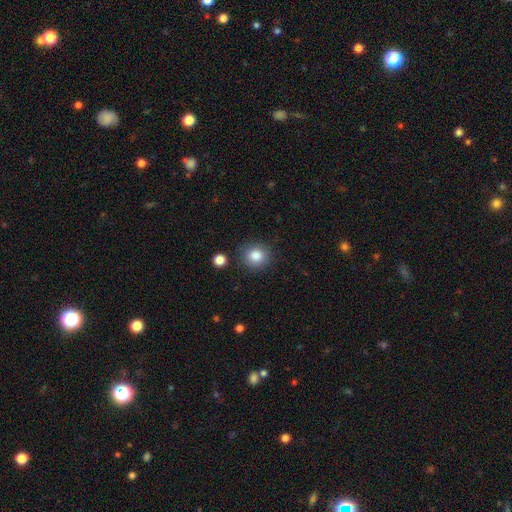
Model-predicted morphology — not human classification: This appears to be a smooth galaxy with no disk features (85%) that is round (85%). Merging: none (85%).